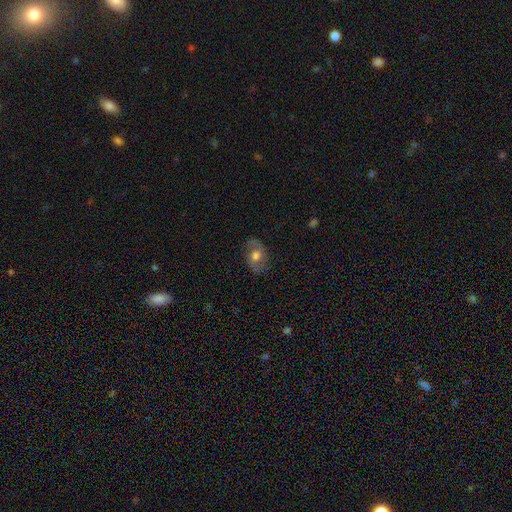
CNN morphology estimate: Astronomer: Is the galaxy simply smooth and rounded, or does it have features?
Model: featured or disk — 50% (runner-up: smooth, 41%).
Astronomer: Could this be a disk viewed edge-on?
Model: no — 94%.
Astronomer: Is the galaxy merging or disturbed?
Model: none — 77%.